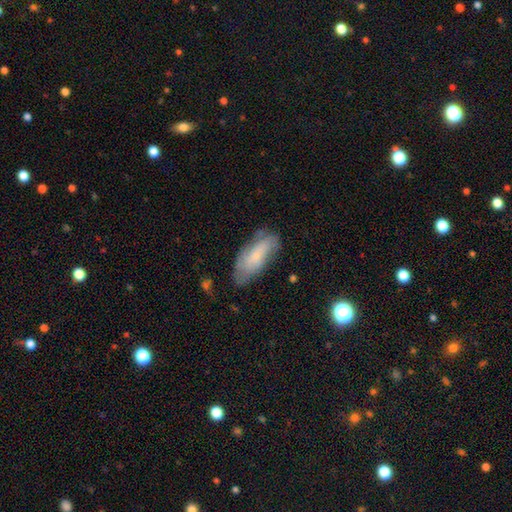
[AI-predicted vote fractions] A smooth galaxy with no disk features (55%) that is in between round and cigar-shaped (79%). Merging: none (61%).